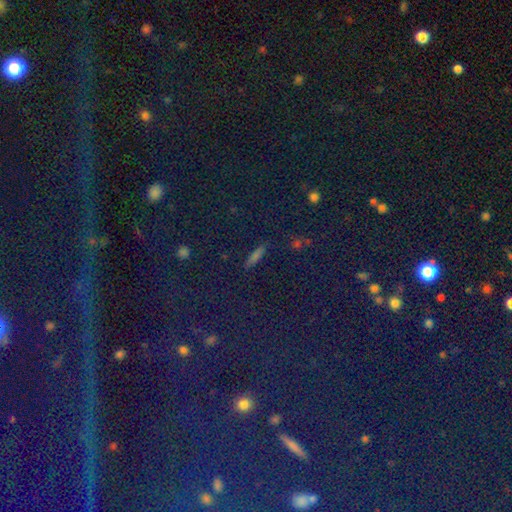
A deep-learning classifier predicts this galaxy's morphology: A smooth galaxy with no disk features (53%) that is cigar-shaped (67%).

Vote fractions:
- Smooth or featured? smooth: 53% / star or artifact: 29% / featured or disk: 17%
- How rounded? cigar-shaped: 67% / in between: 23% / round: 10%
- Merging? none: 87% / minor disturbance: 8% / major disturbance: 3% / merger: 2%